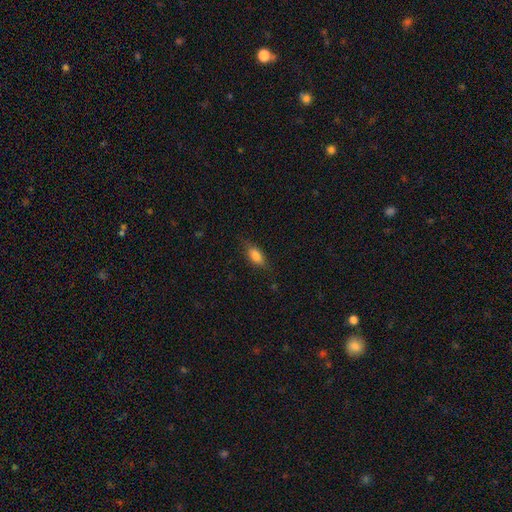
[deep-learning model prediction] smooth 81%, featured or disk 11%, star or artifact 8%. Down the decision tree: how rounded — in between (83%); merging — none (78%).